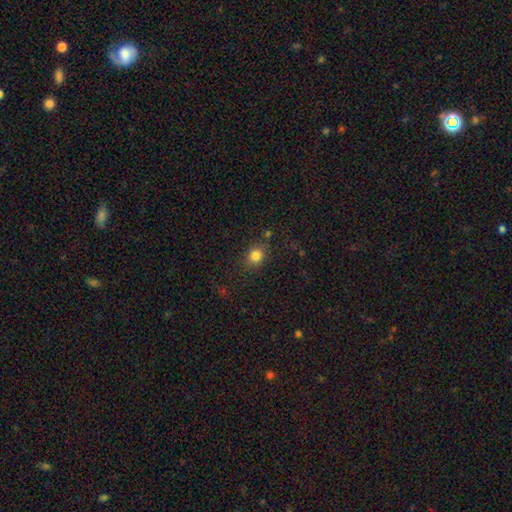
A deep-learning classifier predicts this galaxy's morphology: type=smooth (82%); roundness=round (68%); merging=none (80%).